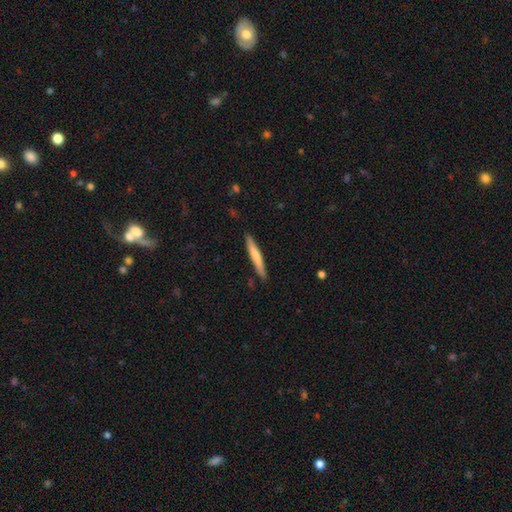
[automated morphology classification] This is likely a smooth galaxy (67%). How rounded: clearly cigar-shaped (95%). Merging: clearly none (88%).